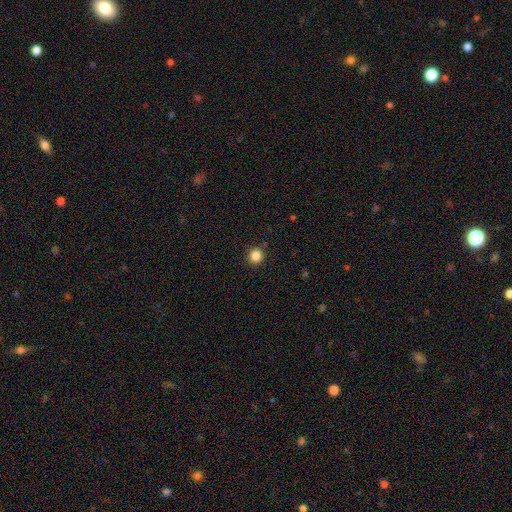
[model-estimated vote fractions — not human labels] smooth-or-featured: smooth: 85% | star or artifact: 11% | featured or disk: 3%
  how-rounded: round: 93% | in between: 6% | cigar-shaped: 1%
  merging: none: 91% | minor disturbance: 6% | major disturbance: 2% | merger: 1%